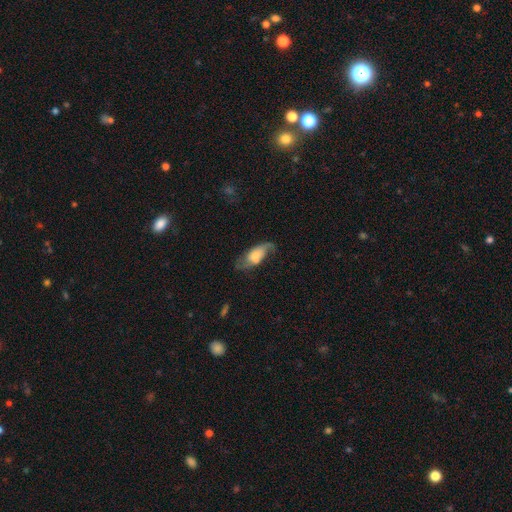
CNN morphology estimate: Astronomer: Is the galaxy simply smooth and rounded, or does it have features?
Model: featured or disk — 47% (runner-up: smooth, 45%).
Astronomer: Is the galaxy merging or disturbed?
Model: none — 48% (runner-up: minor disturbance, 28%).